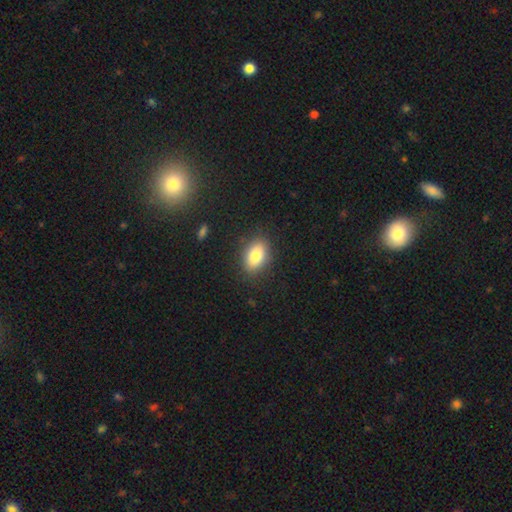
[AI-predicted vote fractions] Overall: smooth (82%). How rounded: in between (86%). Merging: none (86%).